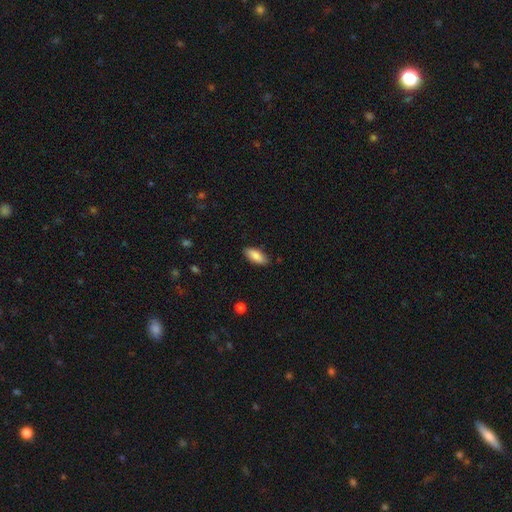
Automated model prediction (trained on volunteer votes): smooth-or-featured: smooth: 87% | featured or disk: 7% | star or artifact: 6%
  how-rounded: in between: 83% | cigar-shaped: 15% | round: 2%
  merging: none: 87% | minor disturbance: 10% | major disturbance: 2% | merger: 1%